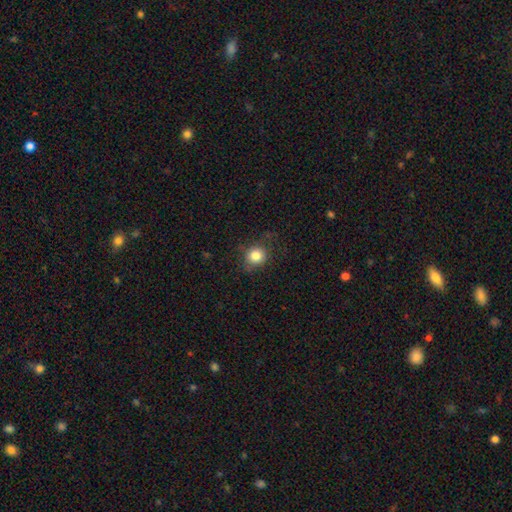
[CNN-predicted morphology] smooth-or-featured: smooth: 83% | star or artifact: 11% | featured or disk: 6%
  how-rounded: round: 82% | in between: 17% | cigar-shaped: 1%
  merging: none: 77% | minor disturbance: 16% | major disturbance: 6% | merger: 1%